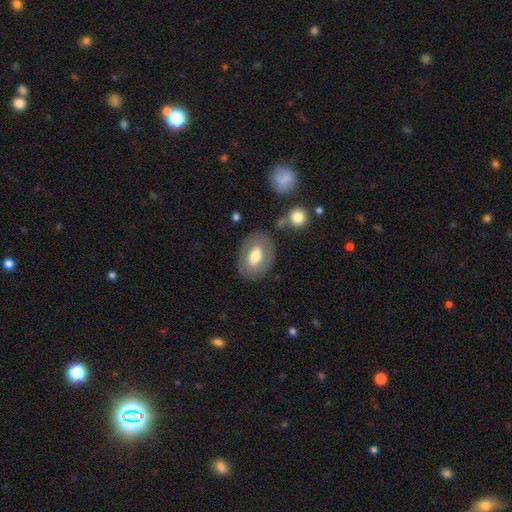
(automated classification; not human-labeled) Overall: smooth (60%; featured or disk 33%). How rounded: in between (81%). Merging: none (77%).